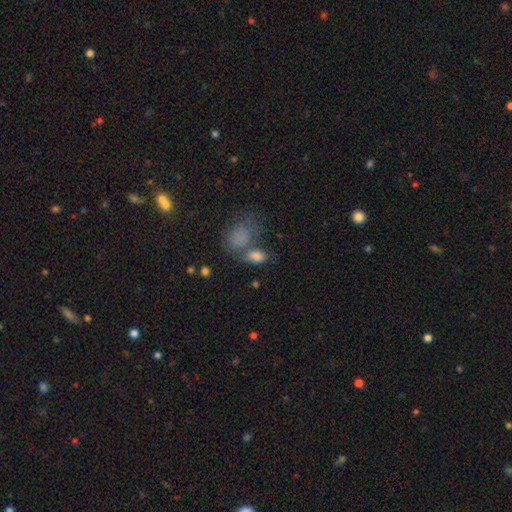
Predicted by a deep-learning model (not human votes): Smooth or featured? smooth (78%)
How rounded? in between (81%)
Merging? none (41%)